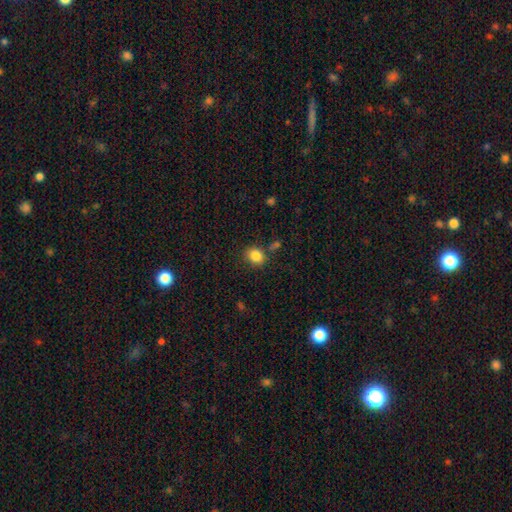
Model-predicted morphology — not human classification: A smooth galaxy with no disk features (85%) that is round (59%). Merging: none (77%).